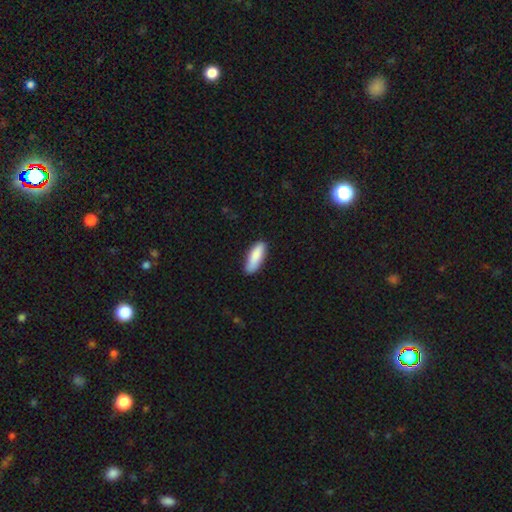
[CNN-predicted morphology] A smooth galaxy with no disk features (86%) that is in between round and cigar-shaped (54%).

Vote fractions:
- Smooth or featured? smooth: 86% / featured or disk: 8% / star or artifact: 6%
- How rounded? in between: 54% / cigar-shaped: 44% / round: 2%
- Merging? none: 81% / minor disturbance: 15% / major disturbance: 2% / merger: 1%